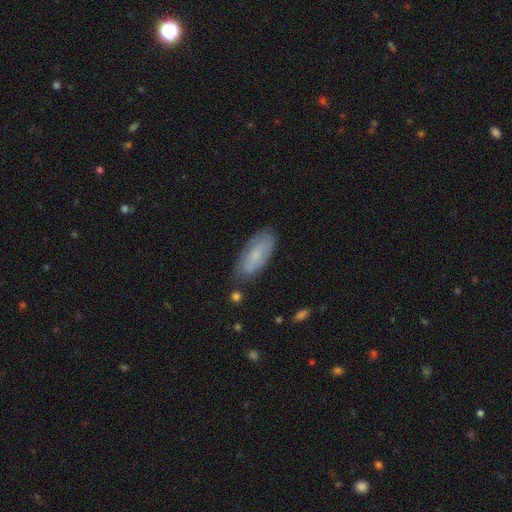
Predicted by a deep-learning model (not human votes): Smooth or featured?
  - smooth: 65% *
  - featured or disk: 28%
  - star or artifact: 7%
How rounded?
  - in between: 79% *
  - cigar-shaped: 19%
  - round: 2%
Merging?
  - none: 73% *
  - minor disturbance: 20%
  - major disturbance: 4%
  - merger: 3%